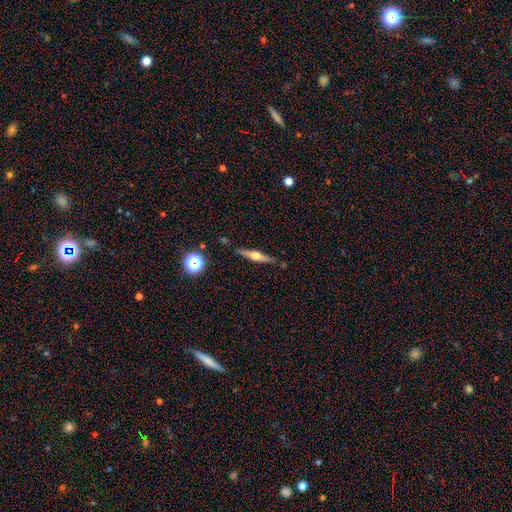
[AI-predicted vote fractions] This appears to be a featured or disk galaxy (62%) viewed edge-on (96%) with a rounded central bulge (92%). Merging: none (85%).